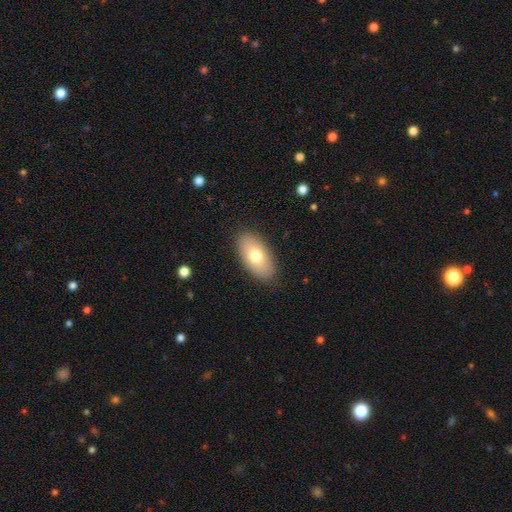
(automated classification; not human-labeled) A smooth galaxy with no disk features (73%) that is in between round and cigar-shaped (93%).

Vote fractions:
- Smooth or featured? smooth: 73% / featured or disk: 20% / star or artifact: 7%
- How rounded? in between: 93% / round: 4% / cigar-shaped: 3%
- Merging? none: 86% / minor disturbance: 10% / major disturbance: 3% / merger: 1%